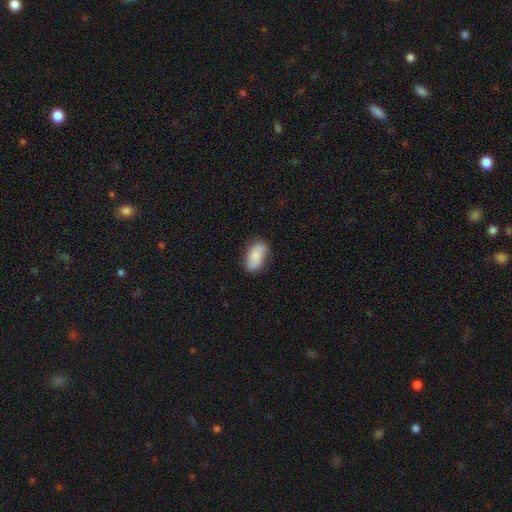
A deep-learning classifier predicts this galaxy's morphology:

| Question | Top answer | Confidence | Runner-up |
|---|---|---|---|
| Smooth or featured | smooth | 76% | featured or disk (17%) |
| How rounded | in between | 93% | round (4%) |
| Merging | none | 71% | minor disturbance (23%) |